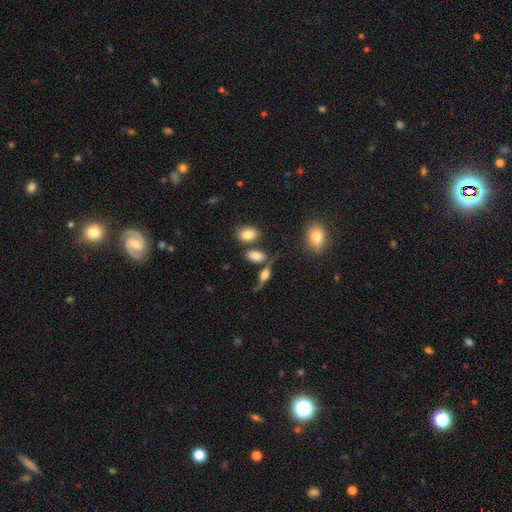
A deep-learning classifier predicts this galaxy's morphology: smooth_or_featured: smooth (p=0.76) [alt: featured or disk p=0.14]
how_rounded: in between (p=0.85) [alt: round p=0.10]
merging: none (p=0.61) [alt: merger p=0.17]